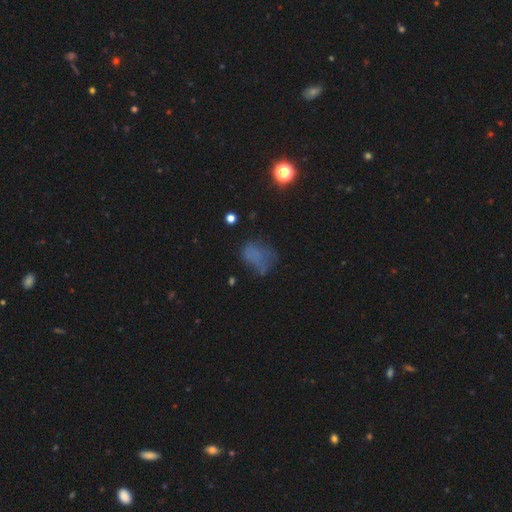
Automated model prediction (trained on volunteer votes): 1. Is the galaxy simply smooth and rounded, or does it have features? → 55% smooth, 24% star or artifact, 21% featured or disk.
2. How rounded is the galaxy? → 64% in between, 34% round, 2% cigar-shaped.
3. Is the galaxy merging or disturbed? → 44% none, 26% major disturbance, 25% minor disturbance, 5% merger.